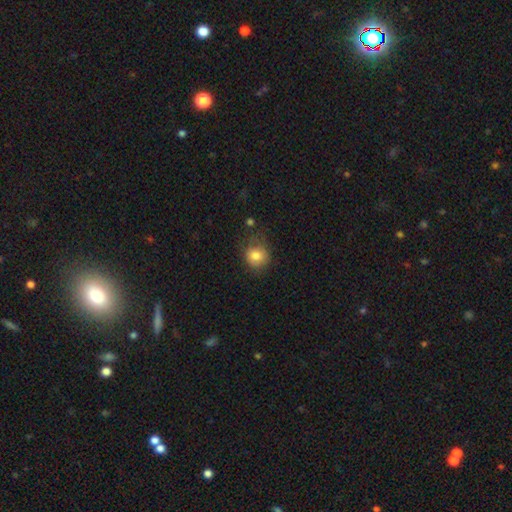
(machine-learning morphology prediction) A smooth galaxy with no disk features (81%) that is round (78%). Merging: none (65%).